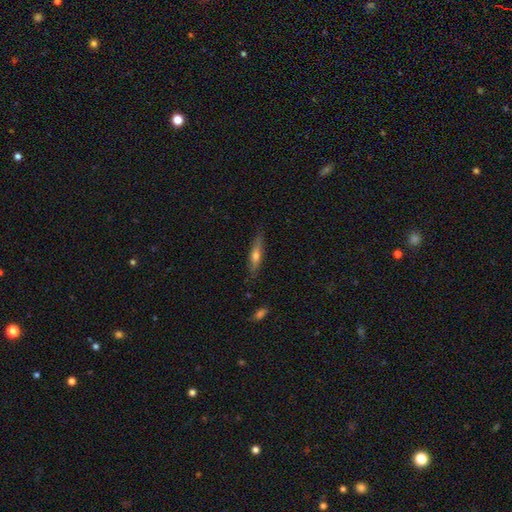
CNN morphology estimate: This appears to be a smooth galaxy with no disk features (52%) that is cigar-shaped (78%). Merging: none (83%).